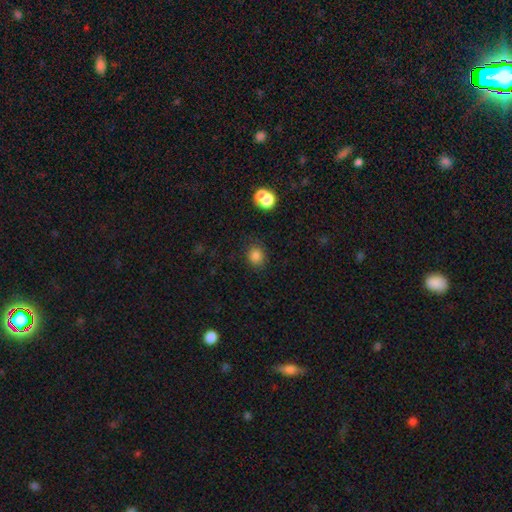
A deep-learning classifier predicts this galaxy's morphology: This is clearly a smooth galaxy (82%). How rounded: likely round (72%). Merging: clearly none (83%).